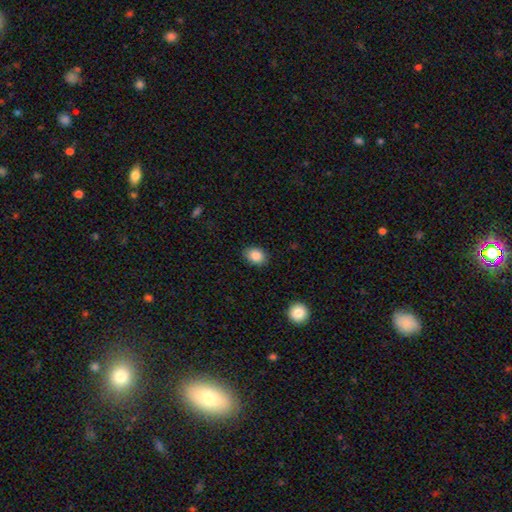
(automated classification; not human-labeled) smooth 86%, star or artifact 9%, featured or disk 5%. Down the decision tree: how rounded — in between (57%); merging — none (86%).